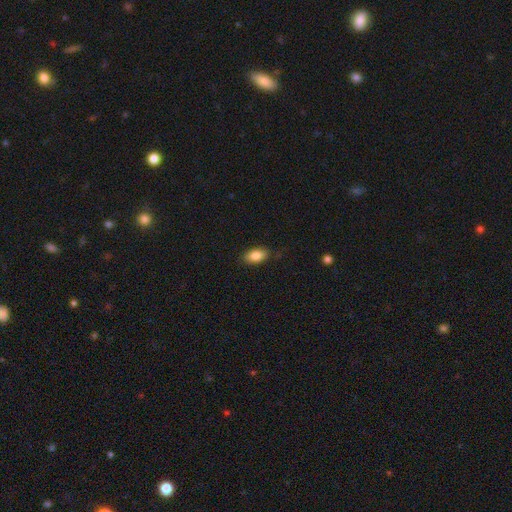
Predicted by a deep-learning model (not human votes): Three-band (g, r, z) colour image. It shows a smooth galaxy with no disk features (85%) that is in between round and cigar-shaped (91%). Merging: none (84%).